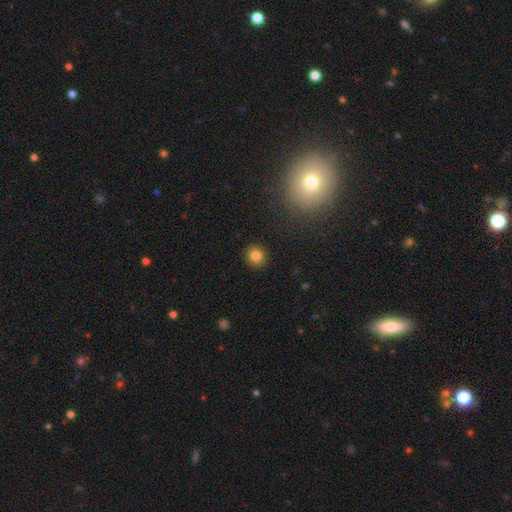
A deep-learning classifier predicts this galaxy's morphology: smooth_or_featured: smooth (p=0.82) [alt: star or artifact p=0.12]
how_rounded: round (p=0.89) [alt: in between p=0.10]
merging: none (p=0.91) [alt: minor disturbance p=0.06]